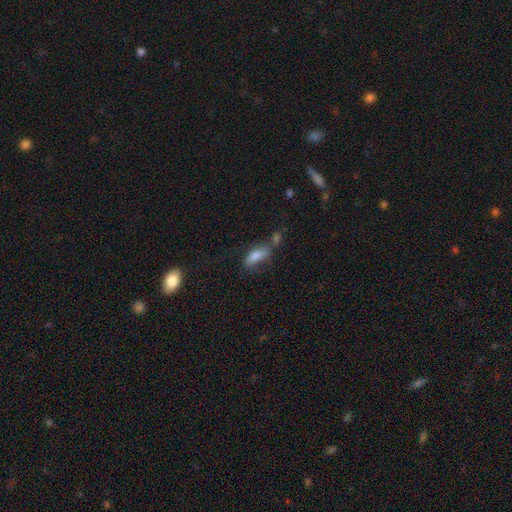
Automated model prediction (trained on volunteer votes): A smooth galaxy with no disk features (77%) that is in between round and cigar-shaped (66%). Merging: none (45%).